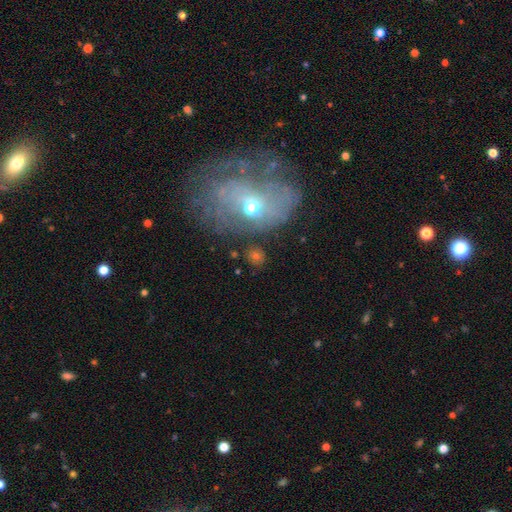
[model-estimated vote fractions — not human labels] The model was most divided on "smooth or featured": featured or disk: 39%, smooth: 38%, star or artifact: 22%. More confident: merging — none (64%).